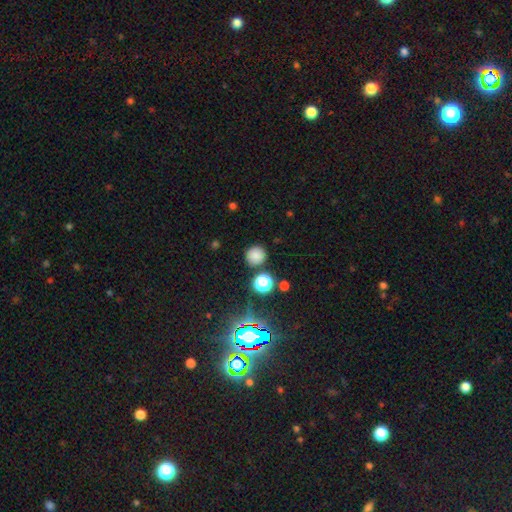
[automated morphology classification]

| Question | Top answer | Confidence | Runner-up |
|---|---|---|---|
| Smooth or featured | smooth | 77% | star or artifact (17%) |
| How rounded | round | 92% | in between (7%) |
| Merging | none | 85% | minor disturbance (8%) |